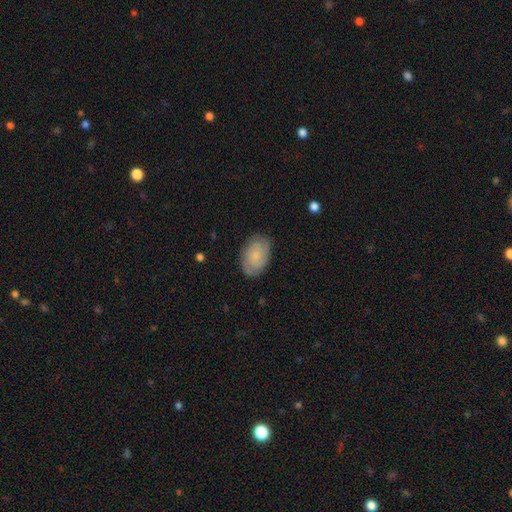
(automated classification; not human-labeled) This is possibly a smooth galaxy (52%). How rounded: clearly in between (89%). Merging: clearly none (82%).